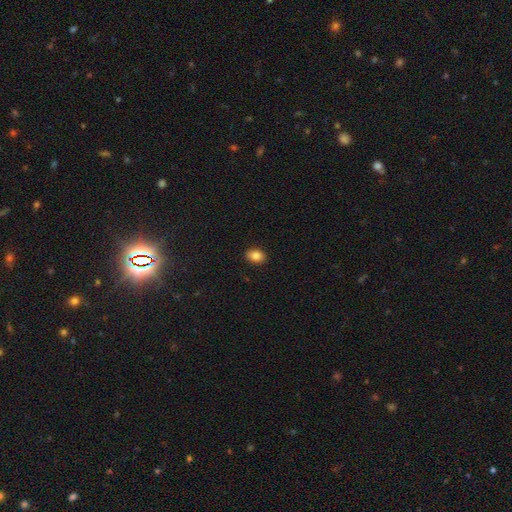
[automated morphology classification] This is clearly a smooth galaxy (86%). How rounded: likely in between (76%). Merging: clearly none (90%).